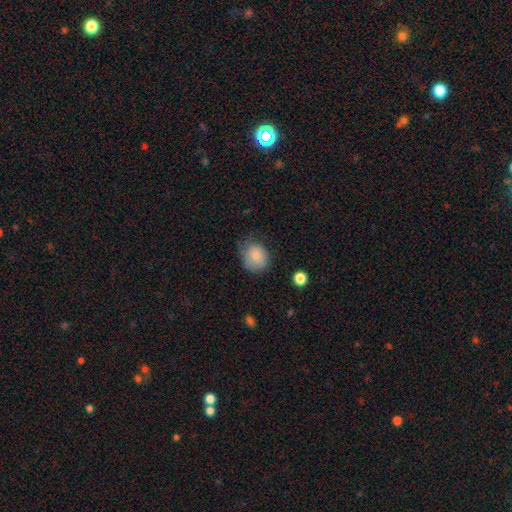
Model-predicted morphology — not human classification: Overall: smooth (81%). How rounded: round (72%). Merging: none (52%; minor disturbance 32%).